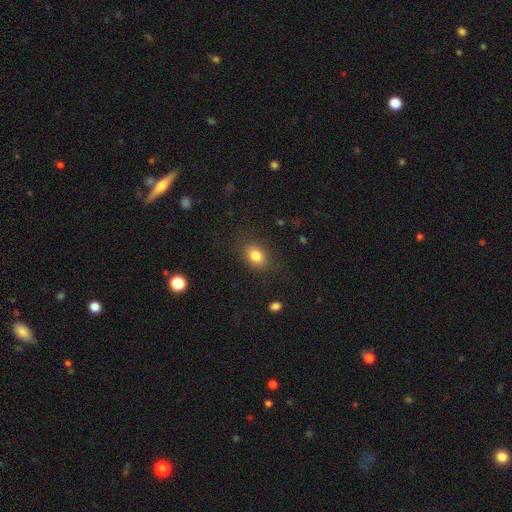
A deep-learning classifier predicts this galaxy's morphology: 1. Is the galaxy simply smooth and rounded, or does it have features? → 82% smooth, 10% star or artifact, 8% featured or disk.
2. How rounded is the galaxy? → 73% in between, 26% round, 1% cigar-shaped.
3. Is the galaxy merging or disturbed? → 83% none, 11% minor disturbance, 4% major disturbance, 1% merger.